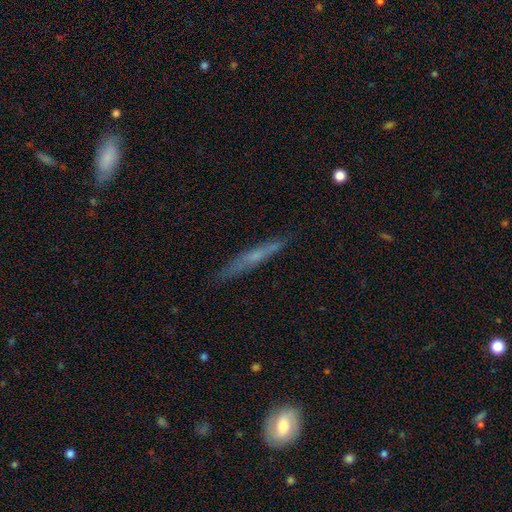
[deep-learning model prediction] Smooth or featured? Predicted: featured or disk (p=0.51). Edge-on disk? Predicted: yes (p=0.92). Merging? Predicted: none (p=0.86).